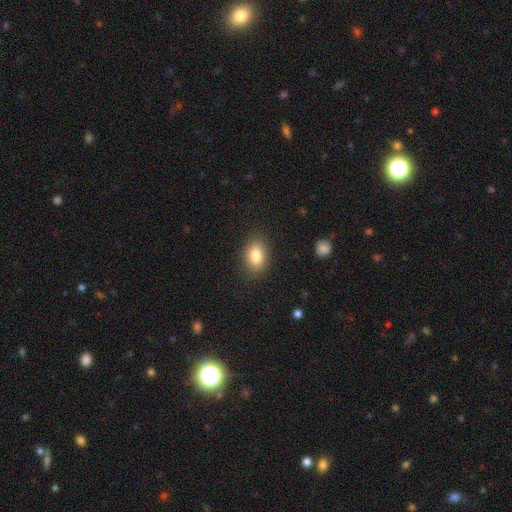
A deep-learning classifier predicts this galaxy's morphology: smooth_or_featured: smooth (p=0.84) [alt: star or artifact p=0.08]
how_rounded: in between (p=0.84) [alt: round p=0.14]
merging: none (p=0.86) [alt: minor disturbance p=0.10]